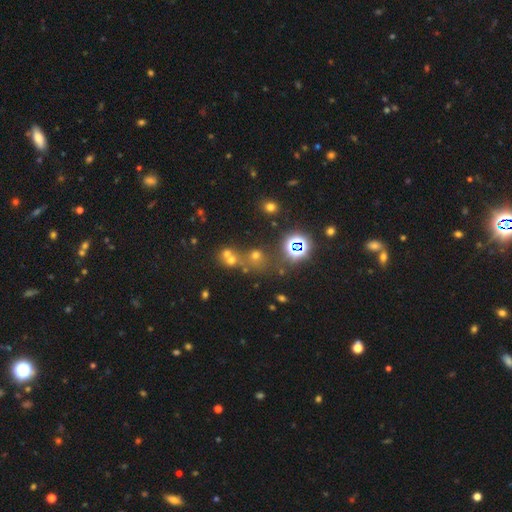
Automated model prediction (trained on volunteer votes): Q: Smooth or featured?
A: smooth (48%); runner-up: star or artifact (39%)
Q: Merging?
A: none (49%); runner-up: merger (36%)